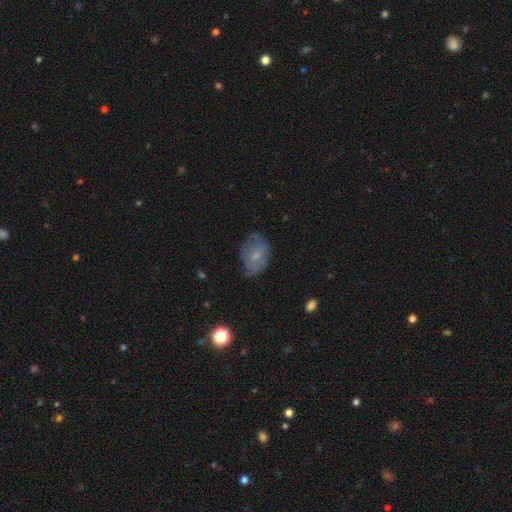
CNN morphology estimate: This is possibly a smooth galaxy (48%). Merging: possibly none (55%).